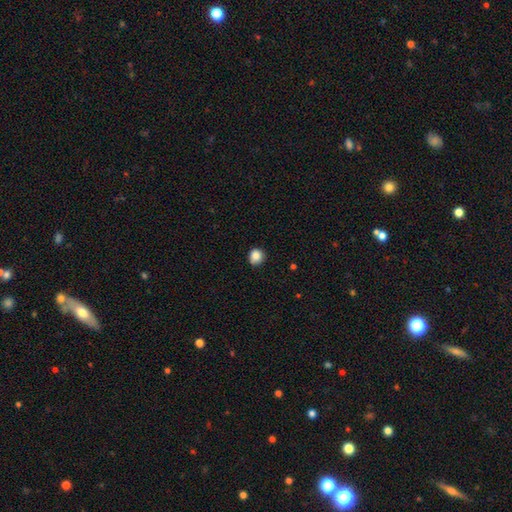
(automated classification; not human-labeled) A smooth galaxy with no disk features (86%) that is round (85%).

Vote fractions:
- Smooth or featured? smooth: 86% / star or artifact: 10% / featured or disk: 4%
- How rounded? round: 85% / in between: 14% / cigar-shaped: 1%
- Merging? none: 83% / minor disturbance: 14% / major disturbance: 2% / merger: 1%